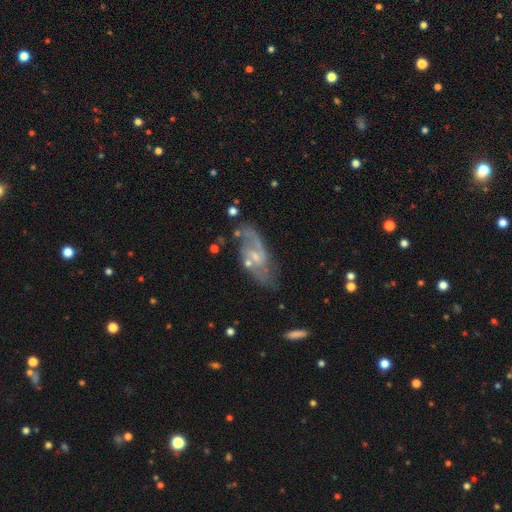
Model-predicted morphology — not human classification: type=featured or disk (80%); edge-on=no (94%); bar=weak (52%); spiral arms=yes (89%); winding=medium (45%); arm count=2 (75%); bulge=small (60%); merging=none (62%).